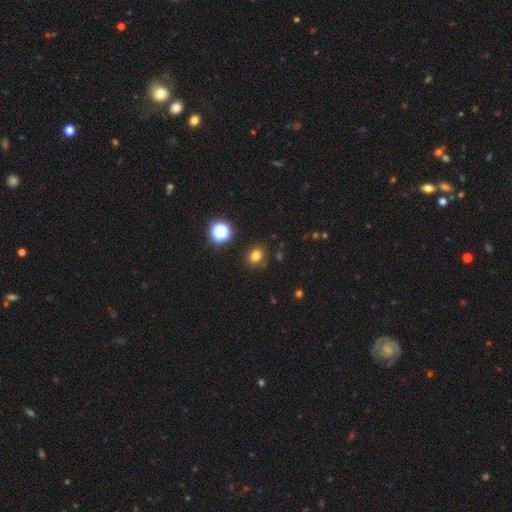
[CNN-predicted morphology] The model was most divided on "how rounded": round: 55%, in between: 44%, cigar-shaped: 1%. More confident: merging — none (85%); smooth or featured — smooth (77%).